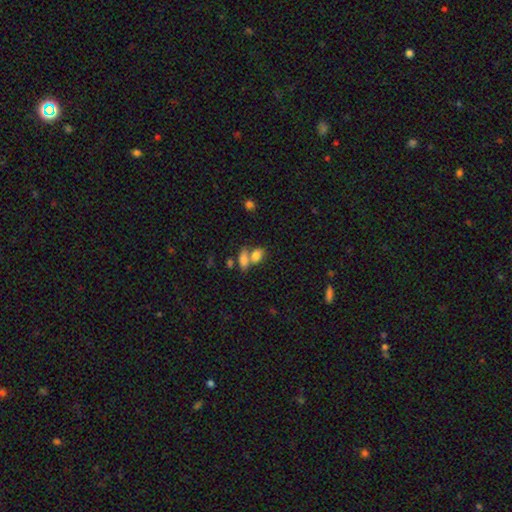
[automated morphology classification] smooth-or-featured: smooth: 79% | featured or disk: 11% | star or artifact: 10%
  how-rounded: in between: 81% | round: 15% | cigar-shaped: 4%
  merging: merger: 53% | none: 33% | minor disturbance: 9% | major disturbance: 5%